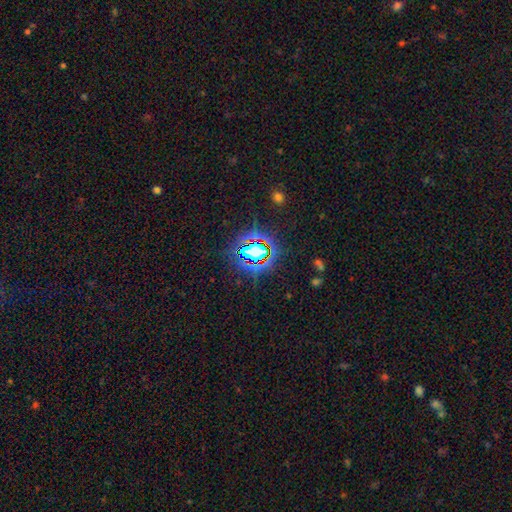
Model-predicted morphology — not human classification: The model was most divided on "smooth or featured": star or artifact: 79%, smooth: 13%, featured or disk: 8%.